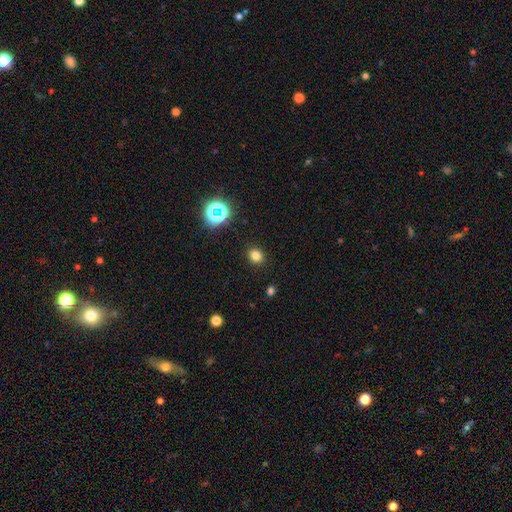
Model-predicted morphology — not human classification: Smooth or featured?
  - smooth: 78% *
  - star or artifact: 17%
  - featured or disk: 5%
How rounded?
  - round: 74% *
  - in between: 25%
  - cigar-shaped: 1%
Merging?
  - none: 90% *
  - minor disturbance: 6%
  - major disturbance: 2%
  - merger: 1%